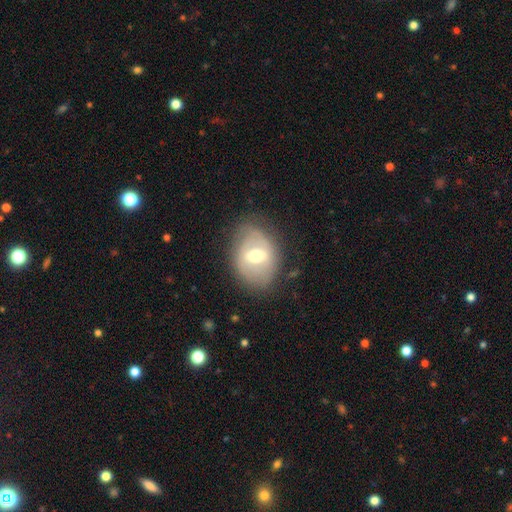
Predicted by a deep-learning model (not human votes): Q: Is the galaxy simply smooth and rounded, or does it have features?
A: featured or disk — 58%.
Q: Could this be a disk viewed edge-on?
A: no — 92%.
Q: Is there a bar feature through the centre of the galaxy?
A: weak — 50%.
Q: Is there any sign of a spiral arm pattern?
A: no — 52%.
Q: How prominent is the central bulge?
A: moderate — 72%.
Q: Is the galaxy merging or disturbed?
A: none — 74%.